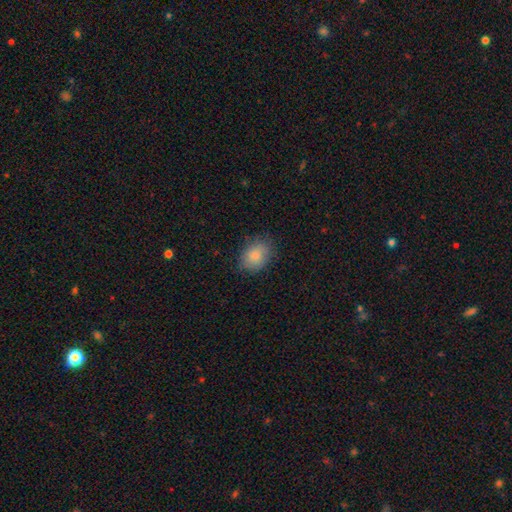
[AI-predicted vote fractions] Smooth or featured? Predicted: smooth (p=0.86). How rounded? Predicted: in between (p=0.67). Merging? Predicted: none (p=0.79).